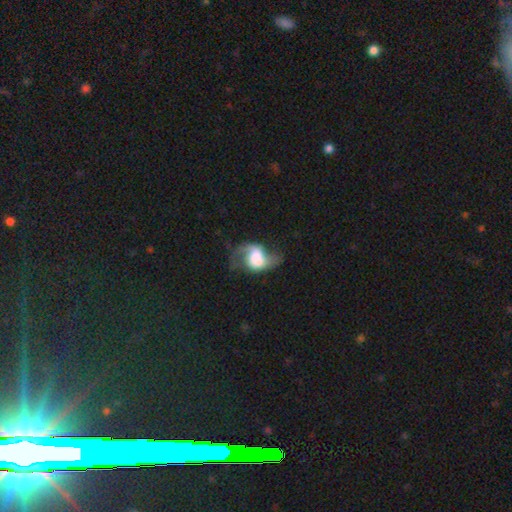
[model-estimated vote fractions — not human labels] Overall: featured or disk (63%; smooth 29%). Edge-on disk: no (96%). Bar: no (60%; weak 28%). Spiral arms: yes (83%). Spiral arm count: 2 (83%). Spiral winding: loose (68%). Bulge size: large (38%; dominant 25%). Merging: none (39%; major disturbance 33%).